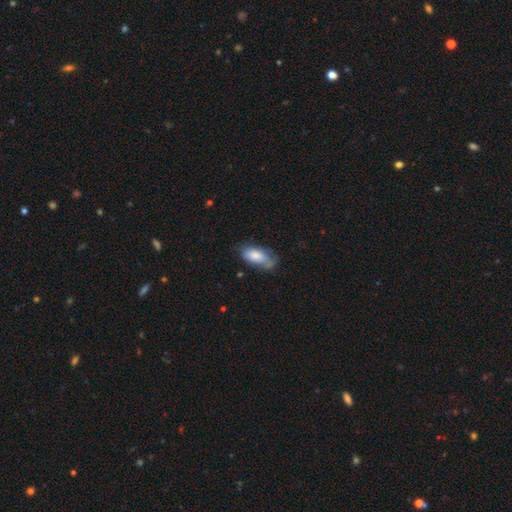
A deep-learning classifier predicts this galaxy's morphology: smooth 75%, featured or disk 18%, star or artifact 7%. Down the decision tree: how rounded — in between (88%); merging — none (49%).